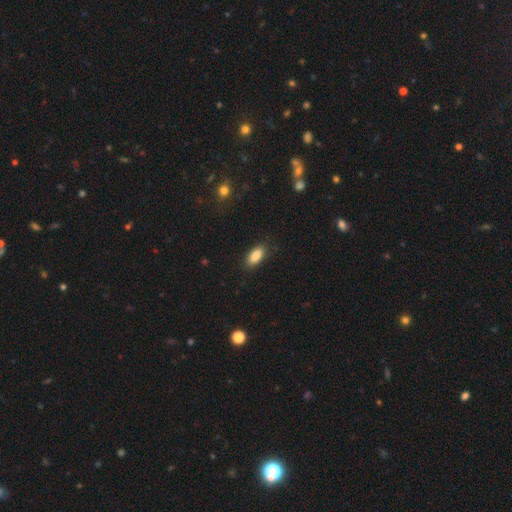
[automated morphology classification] smooth_or_featured: smooth (p=0.88) [alt: star or artifact p=0.08]
how_rounded: in between (p=0.89) [alt: cigar-shaped p=0.08]
merging: none (p=0.87) [alt: minor disturbance p=0.10]